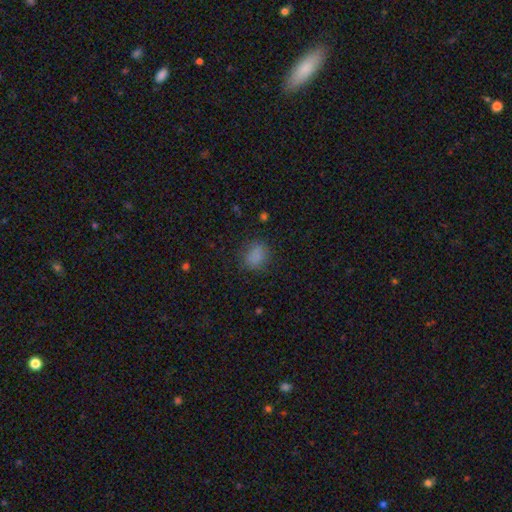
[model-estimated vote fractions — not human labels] Overall: smooth (82%). How rounded: in between (59%; round 39%). Merging: none (78%).